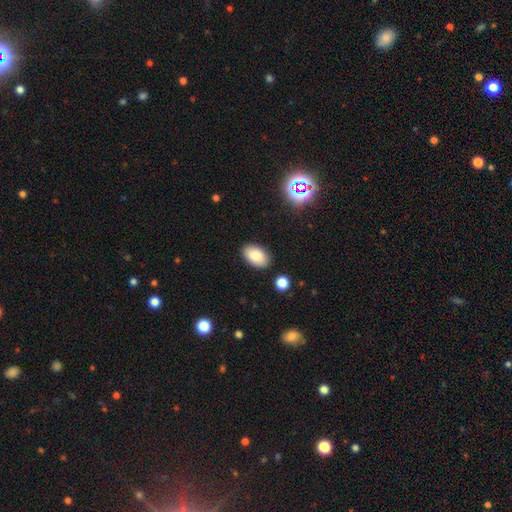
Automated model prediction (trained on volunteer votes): smooth-or-featured: smooth: 85% | star or artifact: 8% | featured or disk: 7%
  how-rounded: in between: 93% | round: 5% | cigar-shaped: 1%
  merging: none: 87% | minor disturbance: 9% | major disturbance: 2% | merger: 2%